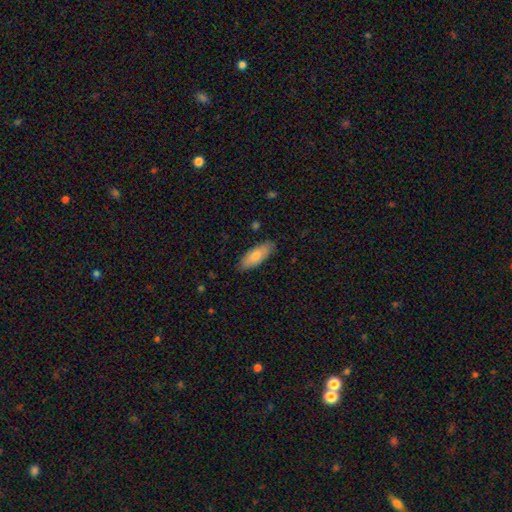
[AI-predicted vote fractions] smooth 74%, featured or disk 20%, star or artifact 6%. Down the decision tree: how rounded — in between (73%); merging — none (85%).